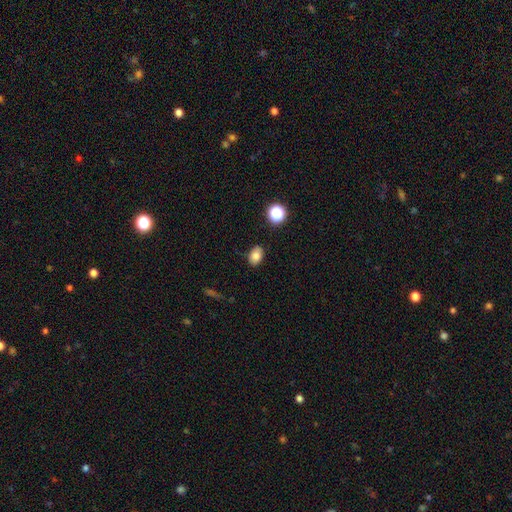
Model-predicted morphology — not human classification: smooth-or-featured: smooth: 80% | star or artifact: 11% | featured or disk: 9%
  how-rounded: in between: 79% | round: 20% | cigar-shaped: 1%
  merging: none: 82% | minor disturbance: 13% | major disturbance: 3% | merger: 2%